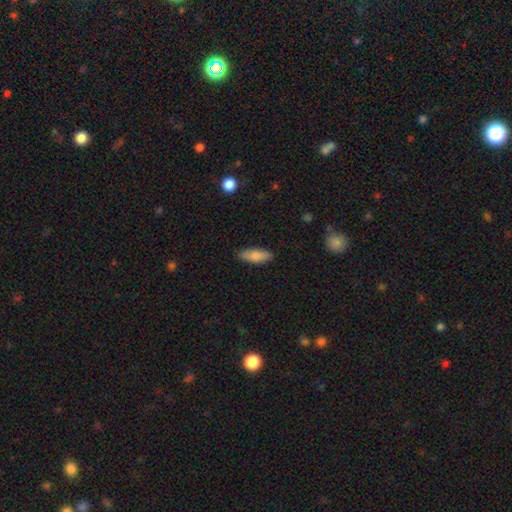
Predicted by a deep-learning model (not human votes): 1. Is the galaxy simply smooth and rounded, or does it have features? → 81% smooth, 13% featured or disk, 6% star or artifact.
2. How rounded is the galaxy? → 68% in between, 30% cigar-shaped, 2% round.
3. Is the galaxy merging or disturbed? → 85% none, 12% minor disturbance, 2% major disturbance, 1% merger.